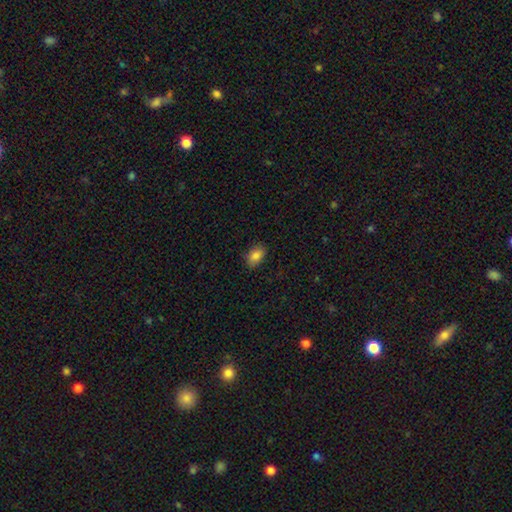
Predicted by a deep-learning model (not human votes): A smooth galaxy with no disk features (85%) that is in between round and cigar-shaped (86%). Merging: none (84%).